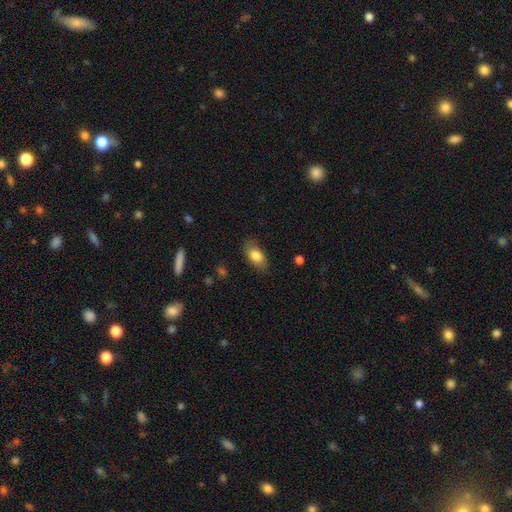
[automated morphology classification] A smooth galaxy with no disk features (82%) that is in between round and cigar-shaped (89%).

Vote fractions:
- Smooth or featured? smooth: 82% / featured or disk: 11% / star or artifact: 7%
- How rounded? in between: 89% / cigar-shaped: 6% / round: 5%
- Merging? none: 81% / minor disturbance: 14% / major disturbance: 4% / merger: 1%